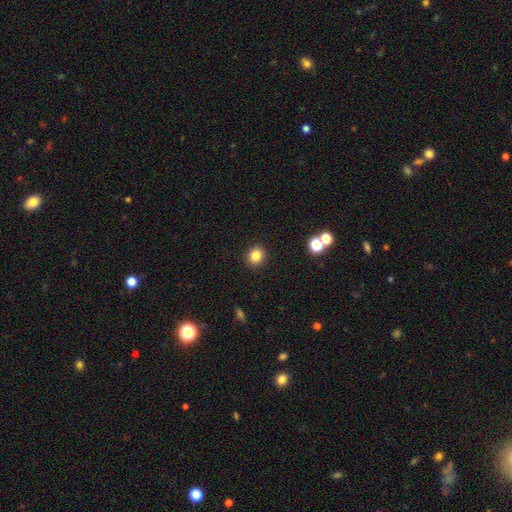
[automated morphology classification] This appears to be a smooth galaxy with no disk features (83%) that is round (75%). Merging: none (91%).